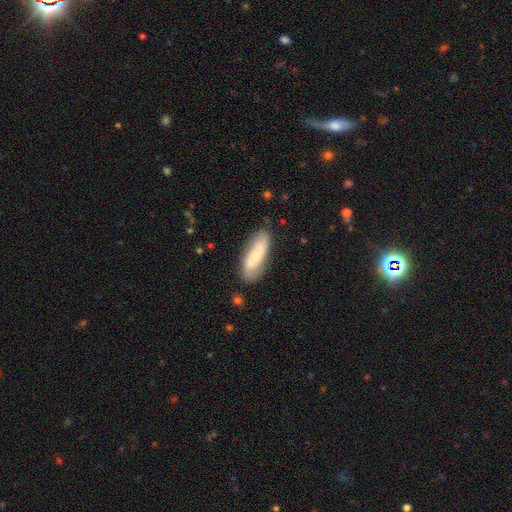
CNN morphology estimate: Smooth or featured? Predicted: smooth (p=0.57). How rounded? Predicted: in between (p=0.62). Merging? Predicted: none (p=0.78).